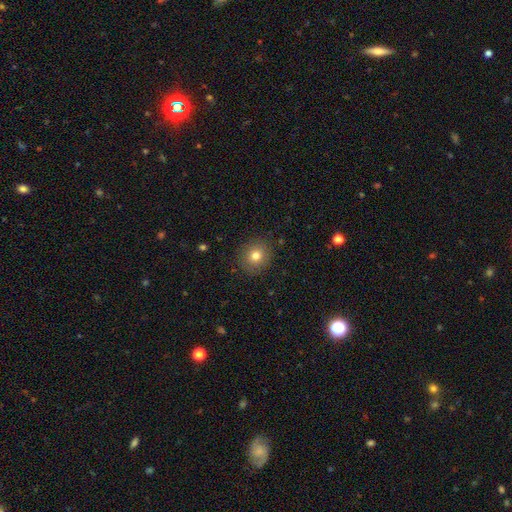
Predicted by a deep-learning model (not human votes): A smooth galaxy with no disk features (78%) that is round (85%).

Vote fractions:
- Smooth or featured? smooth: 78% / star or artifact: 11% / featured or disk: 10%
- How rounded? round: 85% / in between: 14% / cigar-shaped: 1%
- Merging? none: 89% / minor disturbance: 8% / major disturbance: 3% / merger: 1%